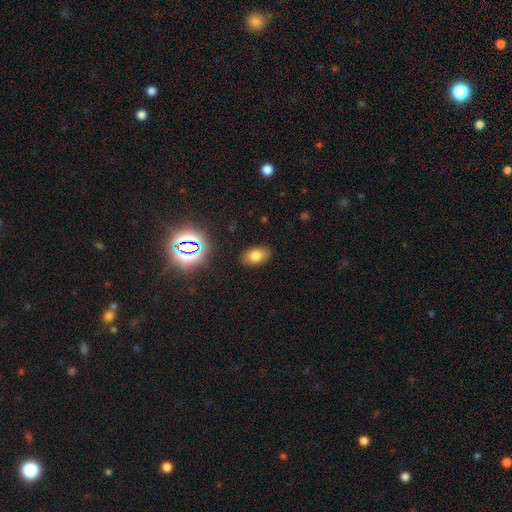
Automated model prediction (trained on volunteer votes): Smooth or featured?
  - smooth: 75% *
  - star or artifact: 15%
  - featured or disk: 10%
How rounded?
  - in between: 89% *
  - round: 10%
  - cigar-shaped: 1%
Merging?
  - none: 87% *
  - minor disturbance: 9%
  - major disturbance: 3%
  - merger: 1%